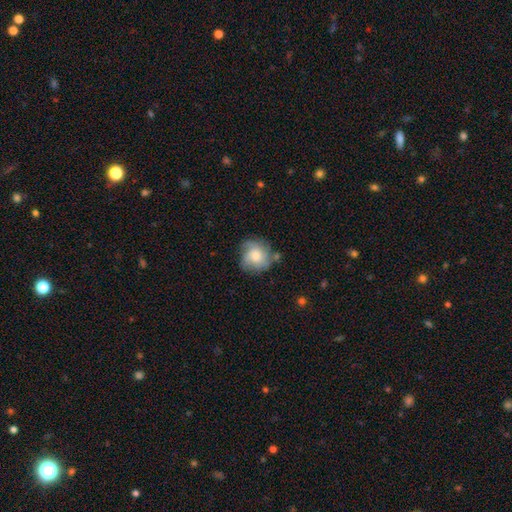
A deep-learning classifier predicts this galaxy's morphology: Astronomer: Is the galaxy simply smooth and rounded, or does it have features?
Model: smooth — 56% (runner-up: featured or disk, 36%).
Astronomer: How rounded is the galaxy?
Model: round — 84%.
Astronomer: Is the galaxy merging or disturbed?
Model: none — 63%.